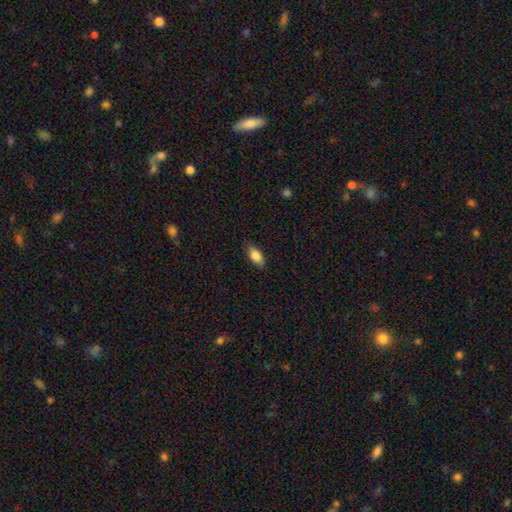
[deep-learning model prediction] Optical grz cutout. It shows a smooth galaxy with no disk features (84%) that is in between round and cigar-shaped (89%). Merging: none (83%).